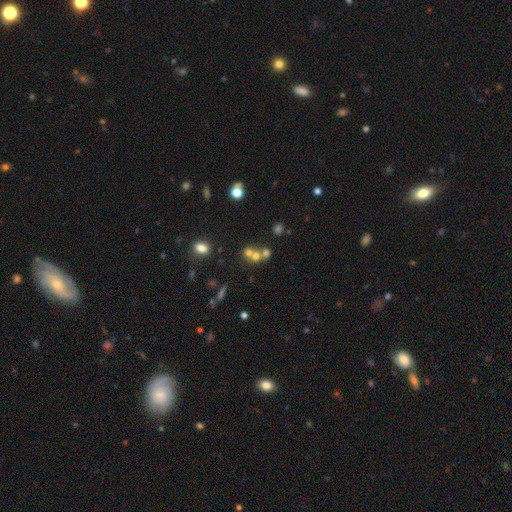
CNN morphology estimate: The model was most divided on "merging": merger: 58%, none: 31%, minor disturbance: 6%, major disturbance: 4%. More confident: how rounded — round (75%); smooth or featured — smooth (58%).